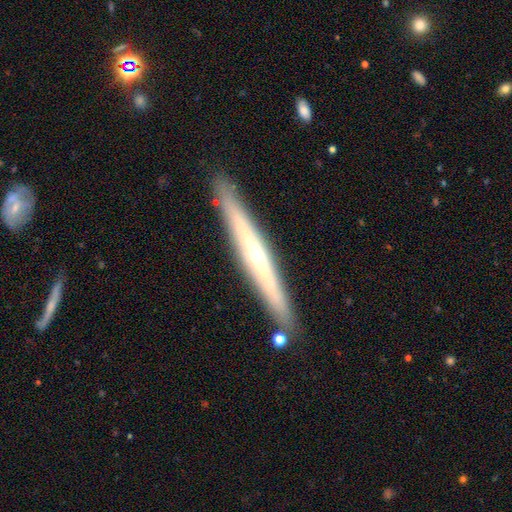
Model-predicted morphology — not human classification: smooth_or_featured: featured or disk (p=0.66) [alt: smooth p=0.28]
disk_edge_on: yes (p=0.94) [alt: no p=0.06]
edge_on_bulge: rounded (p=0.63) [alt: none p=0.33]
merging: none (p=0.89) [alt: minor disturbance p=0.08]